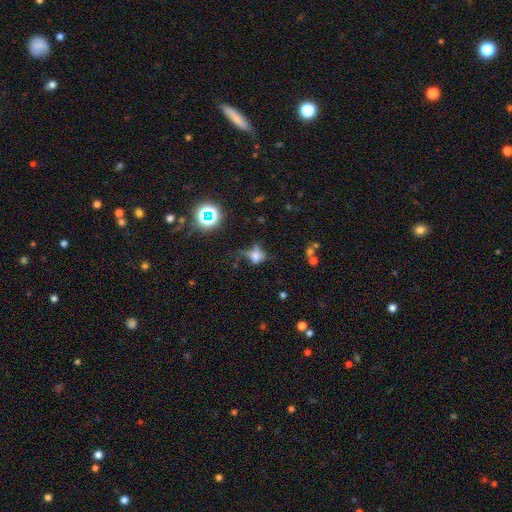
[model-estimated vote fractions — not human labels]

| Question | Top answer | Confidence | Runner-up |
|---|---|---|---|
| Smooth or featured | smooth | 48% | featured or disk (27%) |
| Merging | none | 37% | major disturbance (31%) |